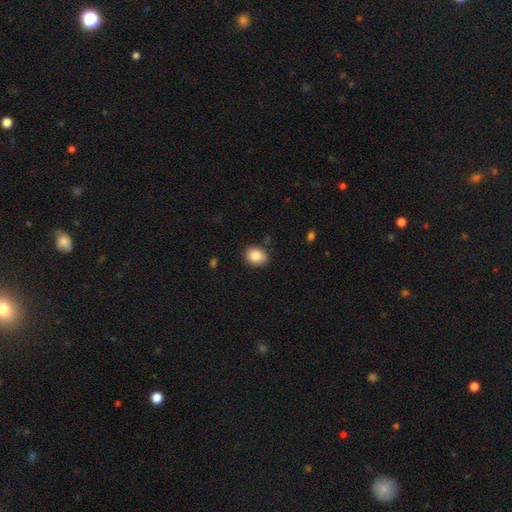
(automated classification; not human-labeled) A smooth galaxy with no disk features (86%) that is round (50%). Merging: none (85%).